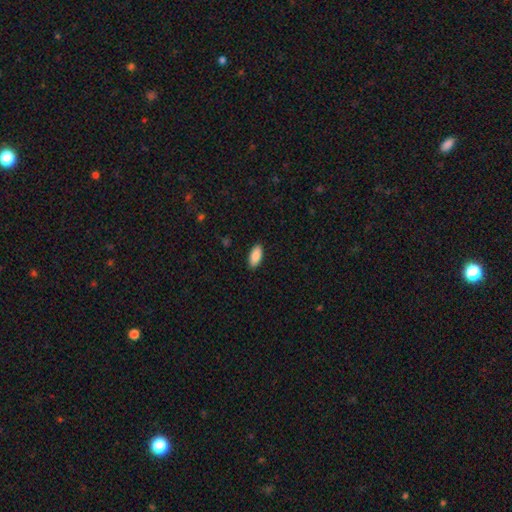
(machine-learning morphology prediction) The model was most divided on "how rounded": in between: 89%, cigar-shaped: 9%, round: 2%. More confident: merging — none (90%); smooth or featured — smooth (89%).